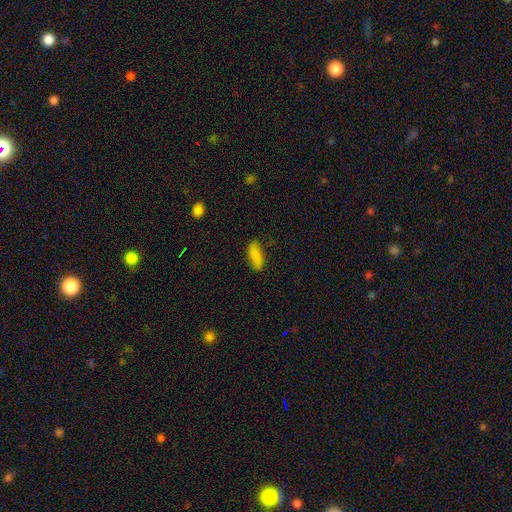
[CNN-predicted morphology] smooth 80%, featured or disk 12%, star or artifact 8%. Down the decision tree: how rounded — in between (76%); merging — none (77%).